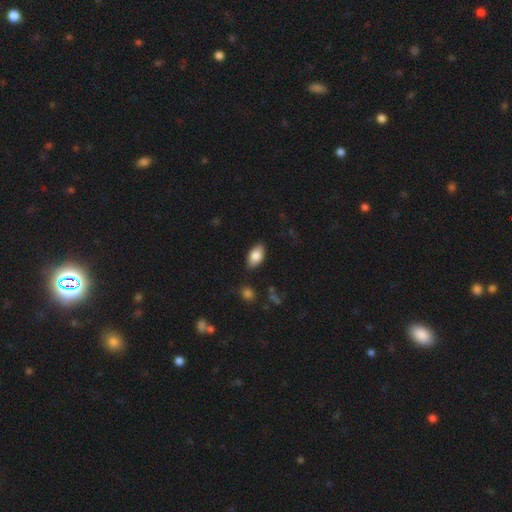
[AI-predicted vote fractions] The model was most divided on "merging": none: 84%, minor disturbance: 11%, major disturbance: 3%, merger: 2%. More confident: how rounded — in between (93%); smooth or featured — smooth (83%).